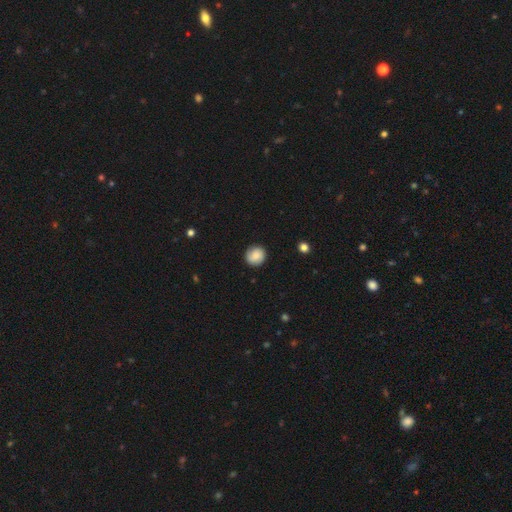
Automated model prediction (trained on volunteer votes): Smooth or featured: smooth — 75% (featured or disk — 17%)
How rounded: round — 88% (in between — 11%)
Merging: none — 85% (minor disturbance — 11%)